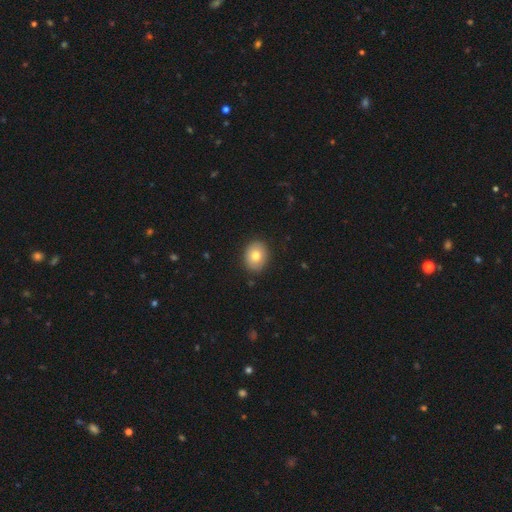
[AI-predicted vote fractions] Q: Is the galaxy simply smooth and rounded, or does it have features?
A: smooth — 77%.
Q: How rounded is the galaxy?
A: in between — 51%.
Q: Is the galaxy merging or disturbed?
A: none — 89%.